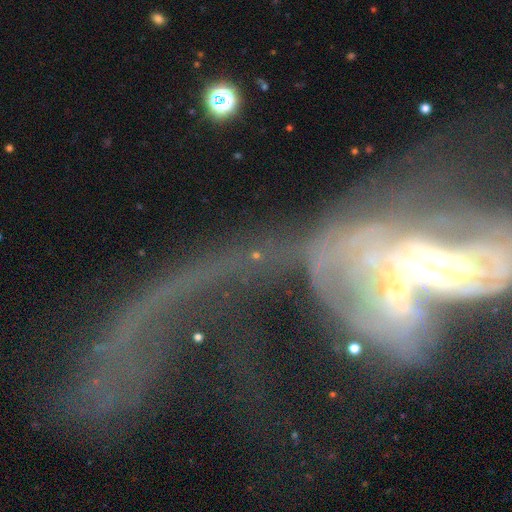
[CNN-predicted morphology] This appears to be a featured or disk galaxy (42%). Merging: none (41%).